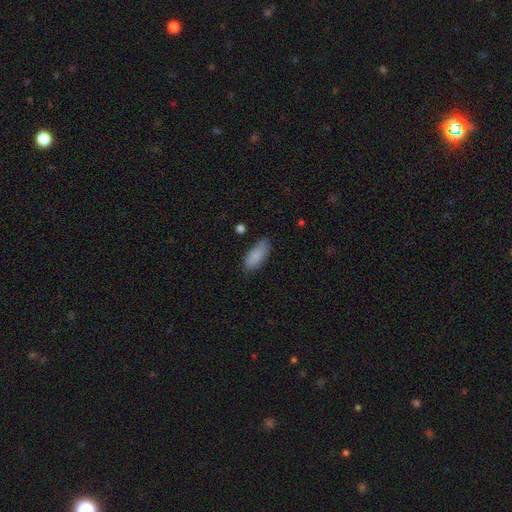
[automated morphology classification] The model was most divided on "merging": none: 75%, minor disturbance: 20%, major disturbance: 4%, merger: 2%. More confident: smooth or featured — smooth (87%); how rounded — in between (82%).